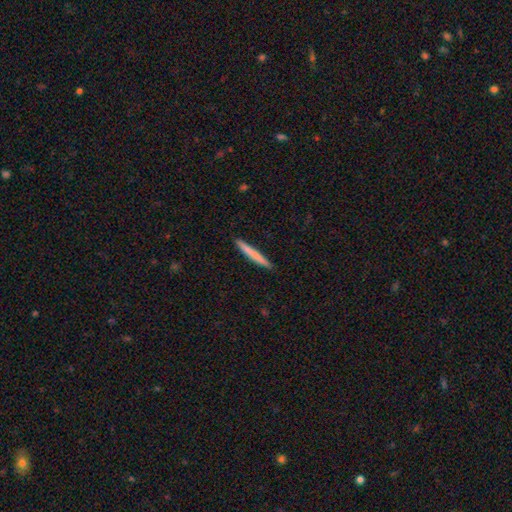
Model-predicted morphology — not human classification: This appears to be a smooth galaxy with no disk features (72%) that is cigar-shaped (97%). Merging: none (92%).